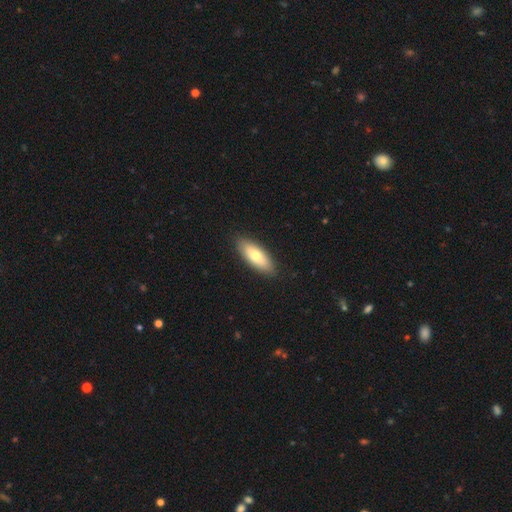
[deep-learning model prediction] smooth_or_featured: smooth (p=0.73) [alt: featured or disk p=0.22]
how_rounded: in between (p=0.74) [alt: cigar-shaped p=0.24]
merging: none (p=0.89) [alt: minor disturbance p=0.09]